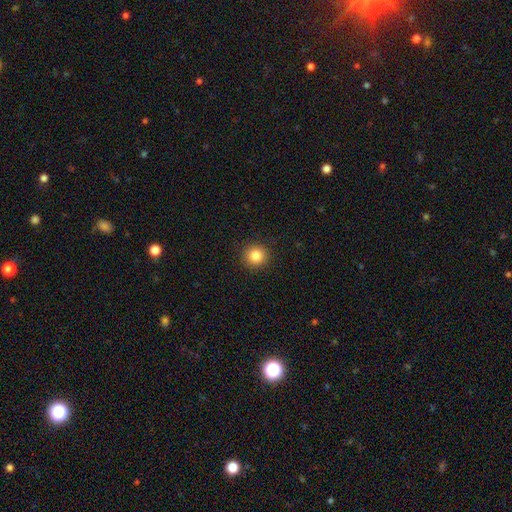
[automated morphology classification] Smooth or featured: smooth — 83% (star or artifact — 11%)
How rounded: round — 94% (in between — 5%)
Merging: none — 92% (minor disturbance — 5%)